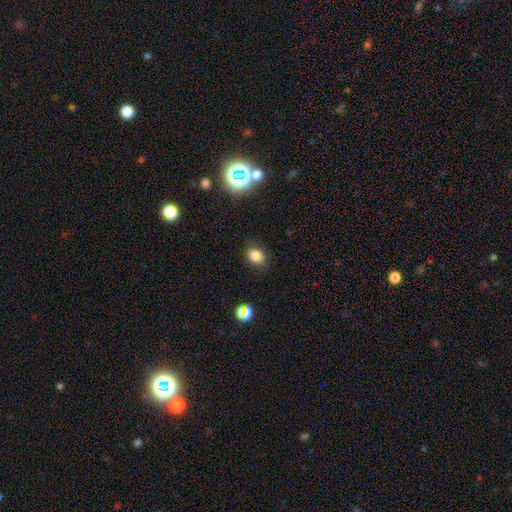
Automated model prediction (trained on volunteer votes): A smooth galaxy with no disk features (80%) that is in between round and cigar-shaped (62%). Merging: none (80%).